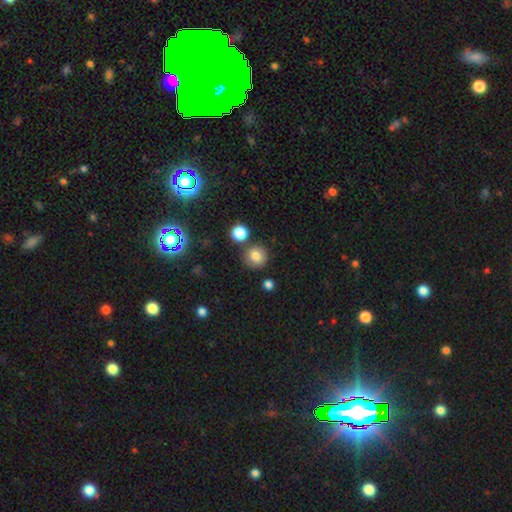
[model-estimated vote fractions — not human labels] smooth 81%, star or artifact 12%, featured or disk 7%. Down the decision tree: how rounded — round (90%); merging — none (79%).